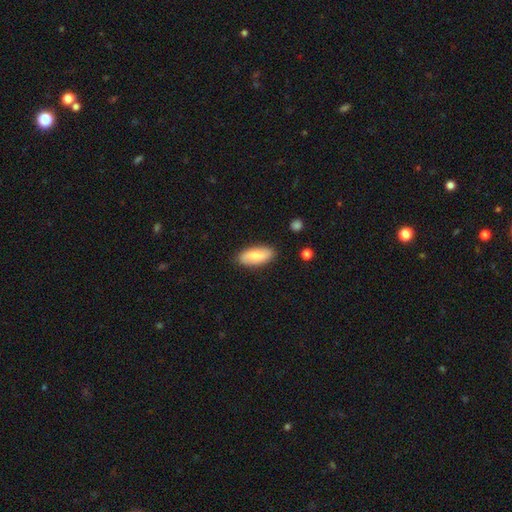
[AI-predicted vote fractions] Smooth or featured?
  - smooth: 67% *
  - featured or disk: 27%
  - star or artifact: 6%
How rounded?
  - in between: 86% *
  - cigar-shaped: 11%
  - round: 2%
Merging?
  - none: 84% *
  - minor disturbance: 12%
  - major disturbance: 2%
  - merger: 1%